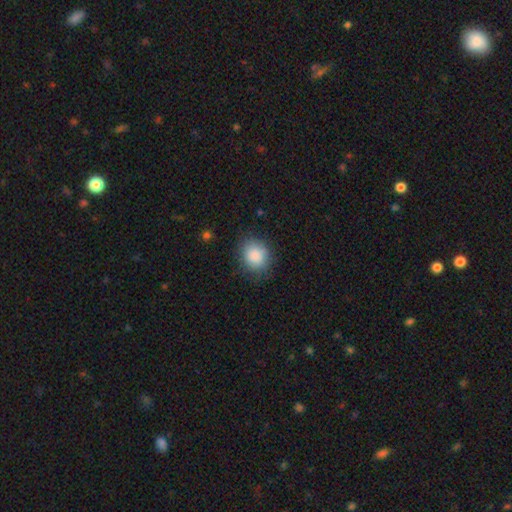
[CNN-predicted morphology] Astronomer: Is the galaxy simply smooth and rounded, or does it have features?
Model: smooth — 87%.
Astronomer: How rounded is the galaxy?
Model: round — 74%.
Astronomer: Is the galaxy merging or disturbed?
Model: none — 81%.